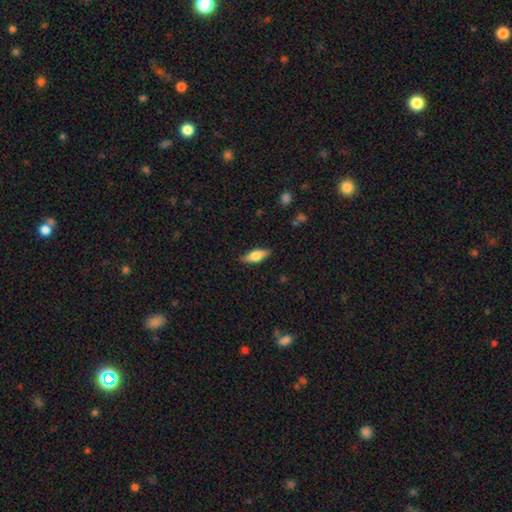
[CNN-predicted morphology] smooth-or-featured: smooth: 62% | featured or disk: 31% | star or artifact: 6%
  how-rounded: in between: 67% | cigar-shaped: 30% | round: 3%
  merging: none: 86% | minor disturbance: 11% | major disturbance: 2% | merger: 1%